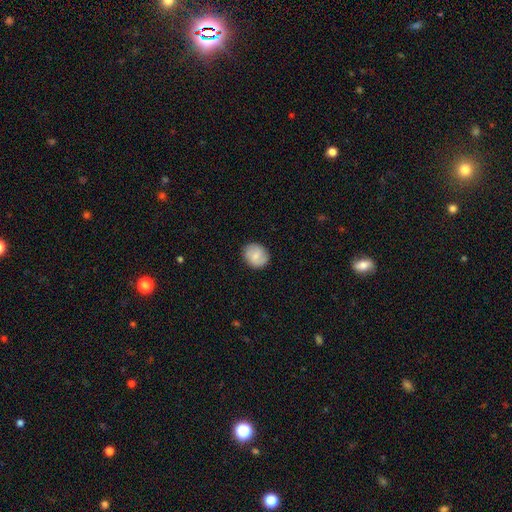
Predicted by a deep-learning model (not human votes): Smooth or featured: smooth — 70% (featured or disk — 23%)
How rounded: round — 71% (in between — 28%)
Merging: none — 85% (minor disturbance — 11%)